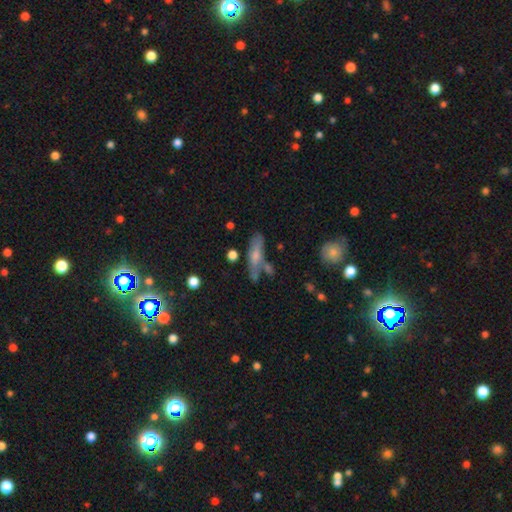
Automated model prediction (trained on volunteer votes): Smooth or featured: smooth — 56% (featured or disk — 34%)
How rounded: cigar-shaped — 58% (in between — 38%)
Merging: none — 50% (minor disturbance — 22%)